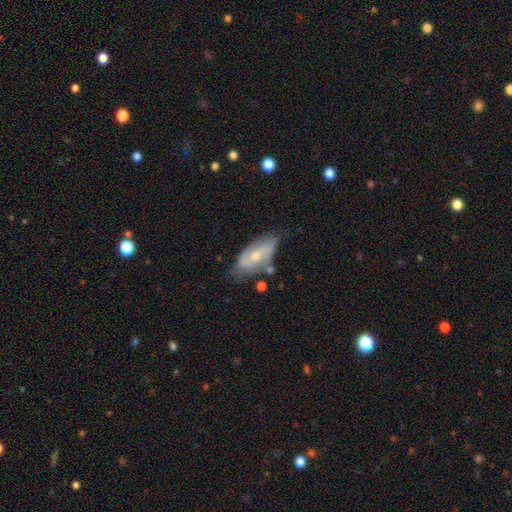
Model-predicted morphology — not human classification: smooth-or-featured: featured or disk: 59% | smooth: 34% | star or artifact: 7%
  disk-edge-on: no: 88% | yes: 12%
    bar: no: 47% | weak: 39% | strong: 14%
    has-spiral-arms: yes: 76% | no: 24%
    bulge-size: moderate: 56% | small: 37% | large: 3% | none: 3% | dominant: 1%
  merging: none: 59% | minor disturbance: 27% | major disturbance: 8% | merger: 7%